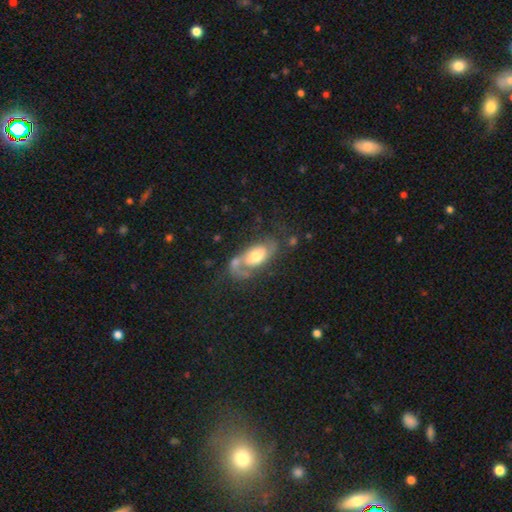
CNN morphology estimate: A featured or disk galaxy (66%) with no bar (73%), spiral arms (80%) and a moderate central bulge (59%).

Vote fractions:
- Smooth or featured? featured or disk: 66% / smooth: 28% / star or artifact: 7%
- Edge-on disk? no: 93% / yes: 7%
- Bar? no: 73% / weak: 22% / strong: 5%
- Spiral arms? yes: 80% / no: 20%
- Bulge size? moderate: 59% / large: 29% / small: 9% / dominant: 2% / none: 2%
- Merging? none: 43% / major disturbance: 23% / minor disturbance: 22% / merger: 12%